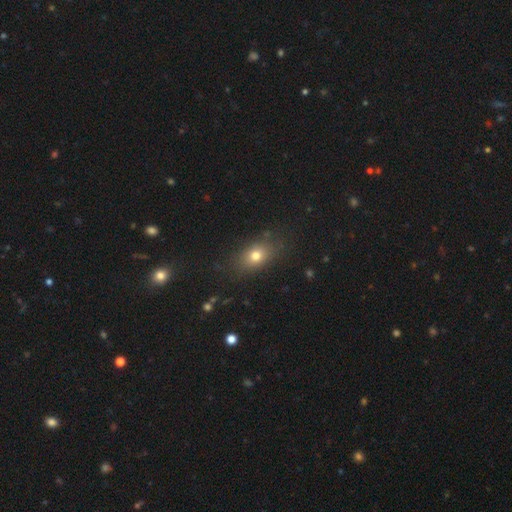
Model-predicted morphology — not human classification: Q: Smooth or featured?
A: smooth (75%); runner-up: featured or disk (13%)
Q: How rounded?
A: in between (70%); runner-up: round (27%)
Q: Merging?
A: none (80%); runner-up: minor disturbance (13%)